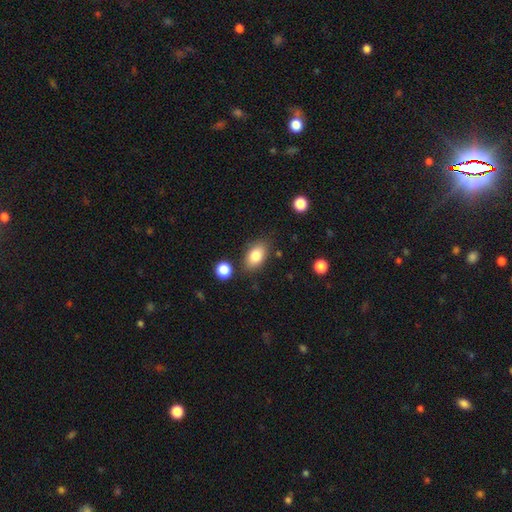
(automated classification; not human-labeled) A smooth galaxy with no disk features (82%) that is in between round and cigar-shaped (90%).

Vote fractions:
- Smooth or featured? smooth: 82% / featured or disk: 10% / star or artifact: 8%
- How rounded? in between: 90% / round: 8% / cigar-shaped: 2%
- Merging? none: 80% / minor disturbance: 13% / merger: 4% / major disturbance: 3%